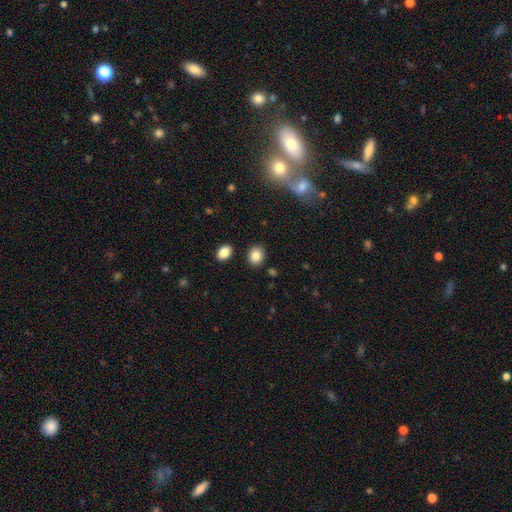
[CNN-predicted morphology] Smooth or featured? Predicted: smooth (p=0.84). How rounded? Predicted: round (p=0.62). Merging? Predicted: none (p=0.86).